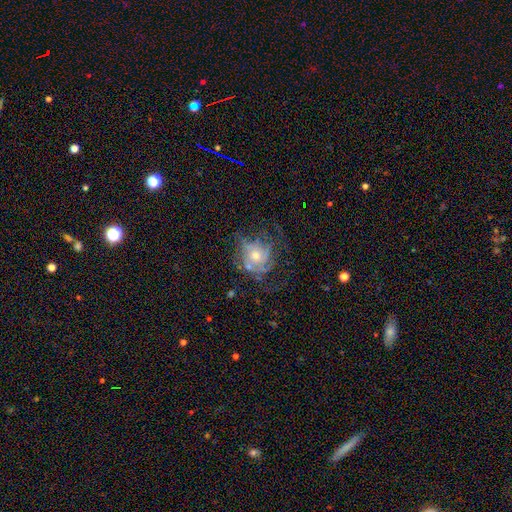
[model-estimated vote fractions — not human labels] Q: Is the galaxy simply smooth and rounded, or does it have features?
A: featured or disk — 70%.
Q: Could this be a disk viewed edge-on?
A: no — 97%.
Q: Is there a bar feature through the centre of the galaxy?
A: no — 82%.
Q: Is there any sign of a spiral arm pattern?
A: yes — 74%.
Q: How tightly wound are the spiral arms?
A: tight — 45%.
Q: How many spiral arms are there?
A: can't tell — 47%.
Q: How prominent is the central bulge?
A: moderate — 57%.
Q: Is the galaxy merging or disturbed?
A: none — 49%.